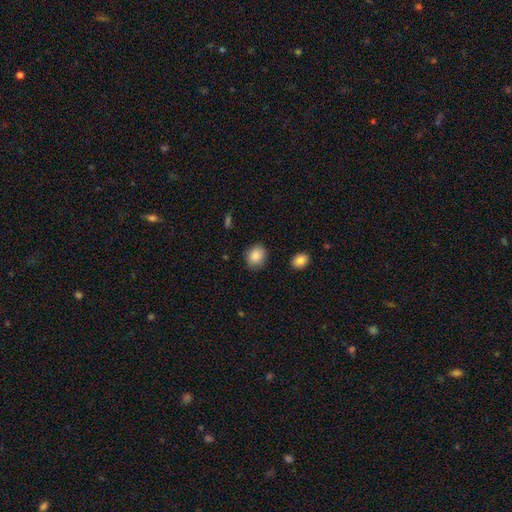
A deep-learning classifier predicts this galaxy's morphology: type=smooth (87%); roundness=round (57%); merging=none (84%).